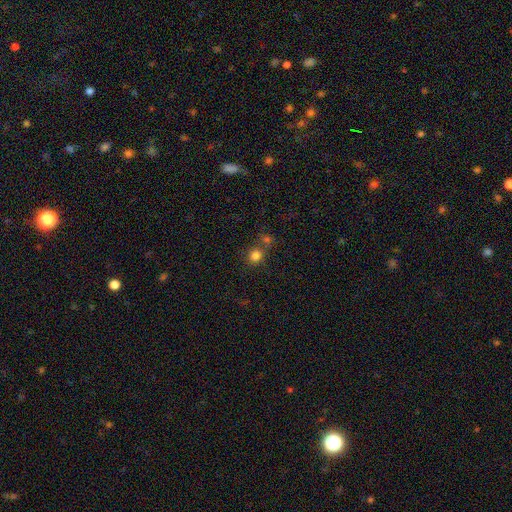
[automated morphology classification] smooth_or_featured: smooth (p=0.79) [alt: star or artifact p=0.15]
how_rounded: round (p=0.81) [alt: in between p=0.18]
merging: none (p=0.63) [alt: merger p=0.23]